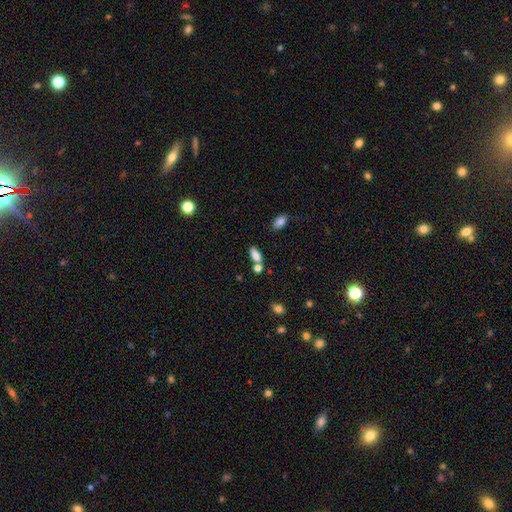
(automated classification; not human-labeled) The model was most divided on "merging": none: 55%, merger: 26%, minor disturbance: 14%, major disturbance: 5%. More confident: how rounded — in between (82%); smooth or featured — smooth (82%).